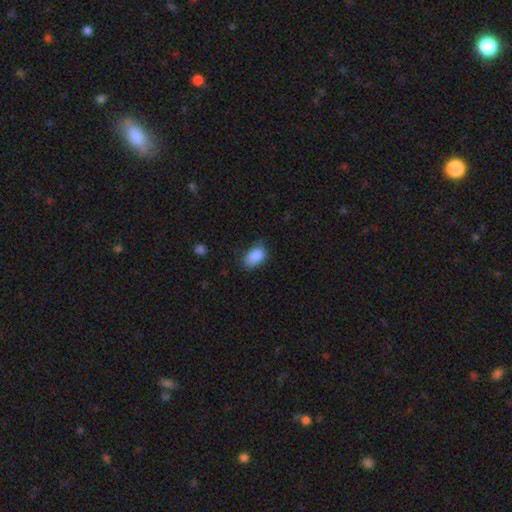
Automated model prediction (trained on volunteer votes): The model was most divided on "merging": none: 63%, minor disturbance: 29%, major disturbance: 6%, merger: 2%. More confident: how rounded — in between (89%); smooth or featured — smooth (87%).